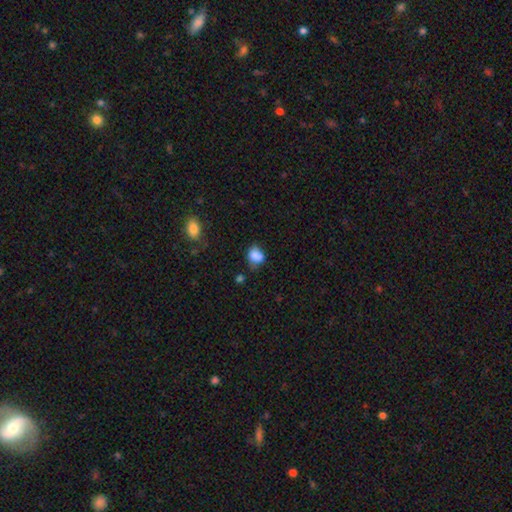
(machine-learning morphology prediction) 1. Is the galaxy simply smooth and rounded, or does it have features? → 80% smooth, 10% star or artifact, 10% featured or disk.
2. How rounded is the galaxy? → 58% in between, 41% round, 1% cigar-shaped.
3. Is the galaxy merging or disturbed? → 44% none, 32% minor disturbance, 12% merger, 11% major disturbance.